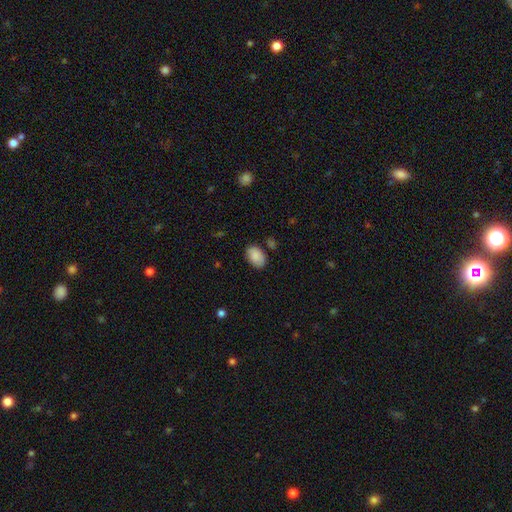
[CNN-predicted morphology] A smooth galaxy with no disk features (87%) that is in between round and cigar-shaped (88%). Merging: none (78%).